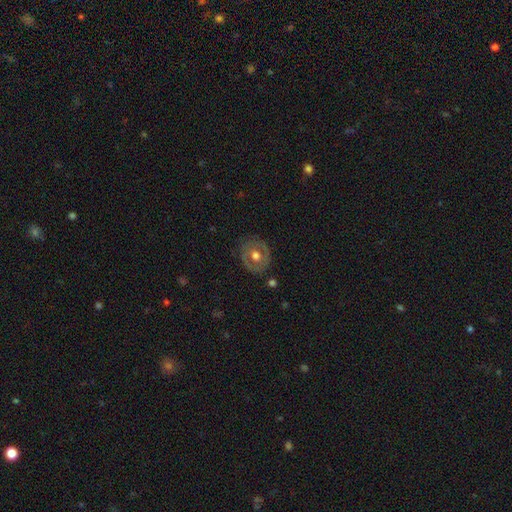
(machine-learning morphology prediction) smooth_or_featured: featured or disk (p=0.53) [alt: smooth p=0.41]
disk_edge_on: no (p=0.95) [alt: yes p=0.05]
bar: no (p=0.79) [alt: weak p=0.16]
has_spiral_arms: no (p=0.79) [alt: yes p=0.21]
bulge_size: moderate (p=0.69) [alt: large p=0.24]
merging: none (p=0.80) [alt: minor disturbance p=0.14]